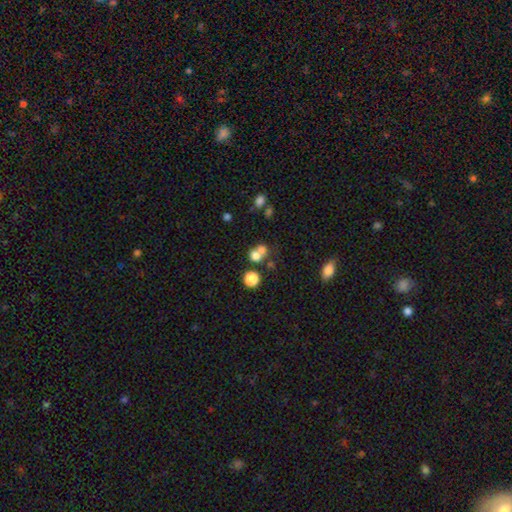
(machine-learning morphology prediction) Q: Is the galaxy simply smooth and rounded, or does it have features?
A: smooth — 70%.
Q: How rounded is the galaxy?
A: round — 77%.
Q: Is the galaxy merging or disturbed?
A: merger — 50%.